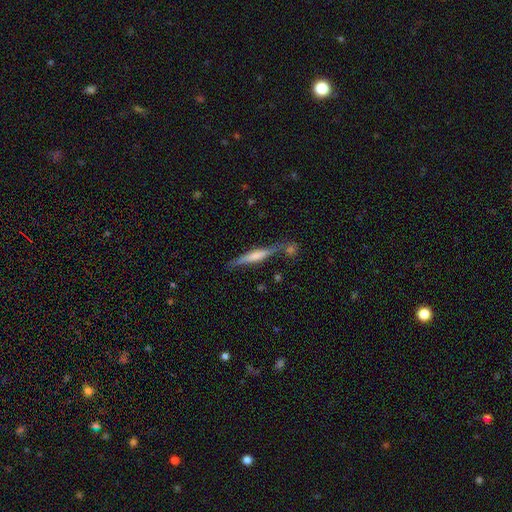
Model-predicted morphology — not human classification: Smooth or featured: featured or disk — 67% (smooth — 26%)
Edge-on disk: yes — 96% (no — 4%)
Edge-on bulge: rounded — 54% (boxy — 27%)
Merging: none — 75% (minor disturbance — 13%)